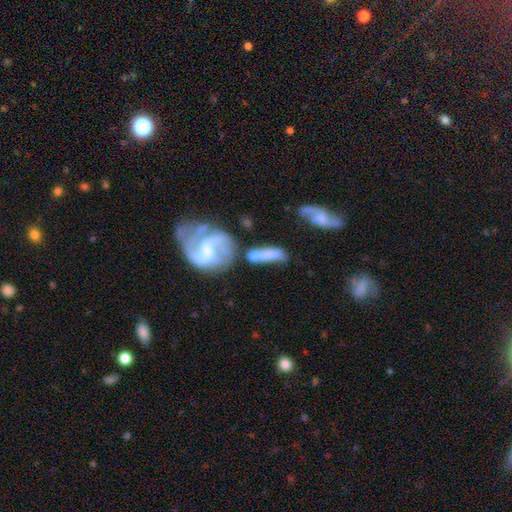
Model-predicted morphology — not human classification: Overall: smooth (51%; featured or disk 42%). How rounded: cigar-shaped (53%; in between 39%). Merging: none (40%; merger 31%).